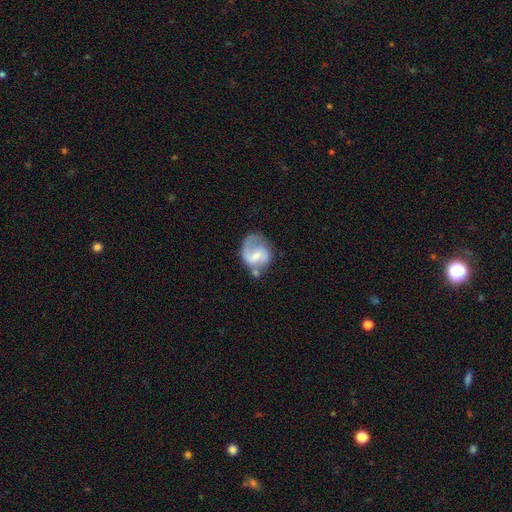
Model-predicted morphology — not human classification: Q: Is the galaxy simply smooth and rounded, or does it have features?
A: featured or disk — 66%.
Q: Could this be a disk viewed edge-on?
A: no — 98%.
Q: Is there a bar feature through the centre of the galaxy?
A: weak — 53%.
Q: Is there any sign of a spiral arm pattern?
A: yes — 86%.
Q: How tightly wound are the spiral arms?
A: medium — 45%.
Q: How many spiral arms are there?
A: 2 — 60%.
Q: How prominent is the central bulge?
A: small — 45%.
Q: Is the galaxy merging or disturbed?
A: none — 43%.